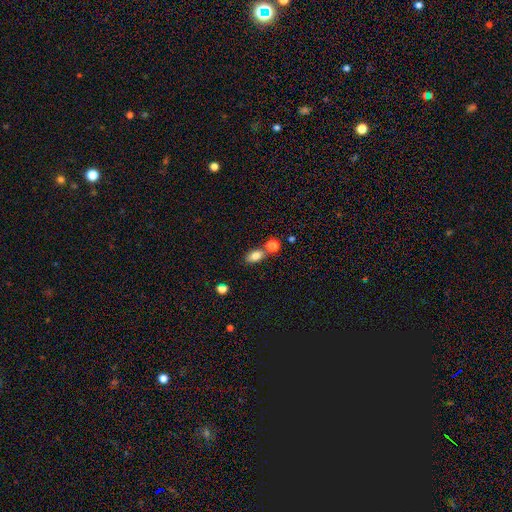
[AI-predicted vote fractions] Smooth or featured? smooth (80%)
How rounded? in between (81%)
Merging? none (63%)